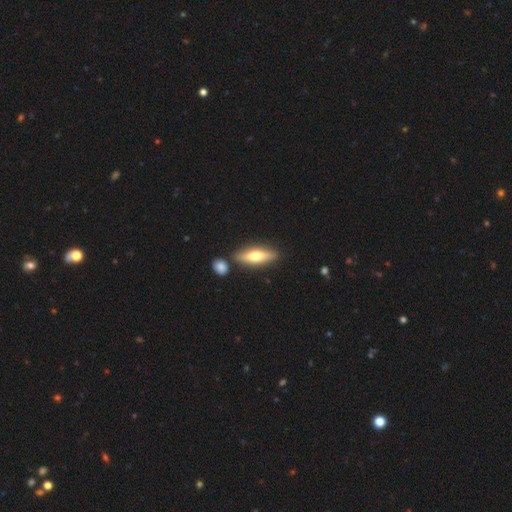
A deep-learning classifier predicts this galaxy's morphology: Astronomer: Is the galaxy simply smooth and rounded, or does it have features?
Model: smooth — 53% (runner-up: featured or disk, 41%).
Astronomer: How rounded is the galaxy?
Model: cigar-shaped — 56% (runner-up: in between, 42%).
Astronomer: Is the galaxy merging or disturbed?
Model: none — 80%.